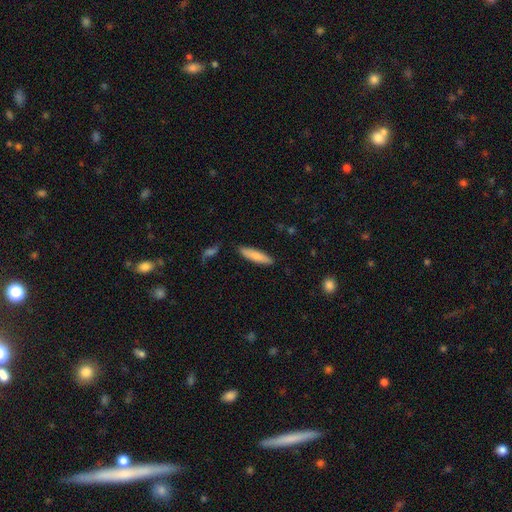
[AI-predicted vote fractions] Q: Smooth or featured?
A: smooth (78%); runner-up: featured or disk (17%)
Q: How rounded?
A: cigar-shaped (79%); runner-up: in between (20%)
Q: Merging?
A: none (85%); runner-up: minor disturbance (10%)